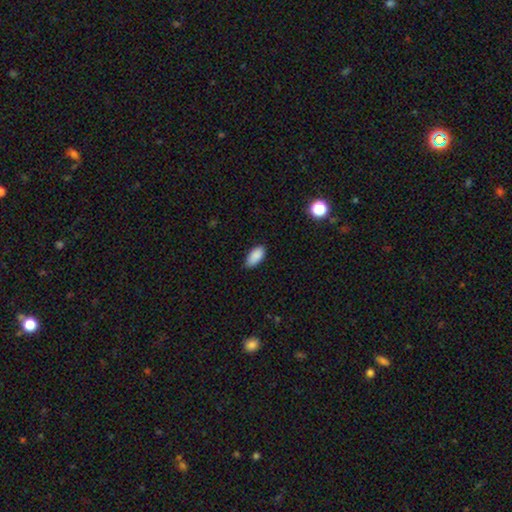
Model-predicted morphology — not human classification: Smooth or featured? smooth (89%)
How rounded? in between (93%)
Merging? none (76%)